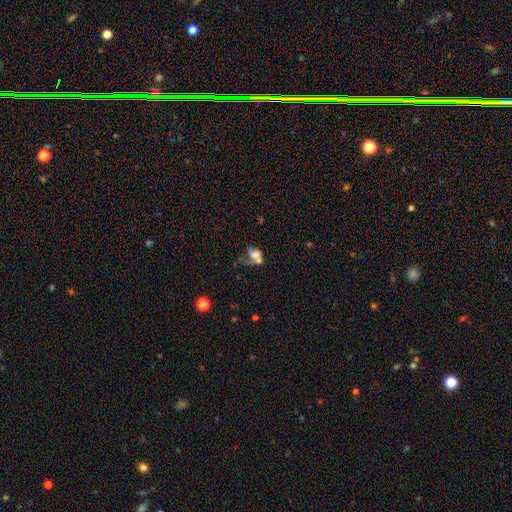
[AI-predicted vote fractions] smooth 54%, featured or disk 32%, star or artifact 14%. Down the decision tree: how rounded — in between (68%); merging — merger (47%).